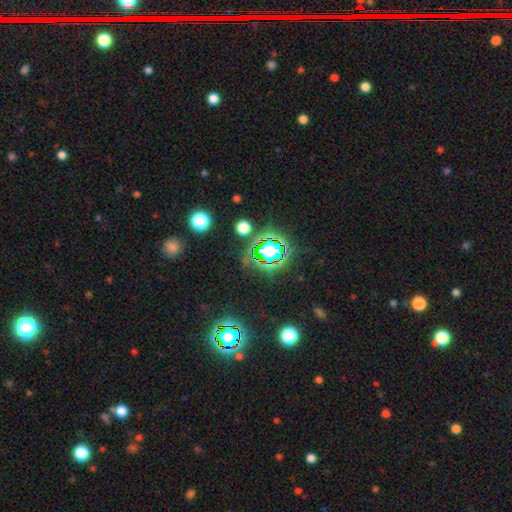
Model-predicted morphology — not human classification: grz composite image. It shows a star or artifact, not a galaxy (80%).